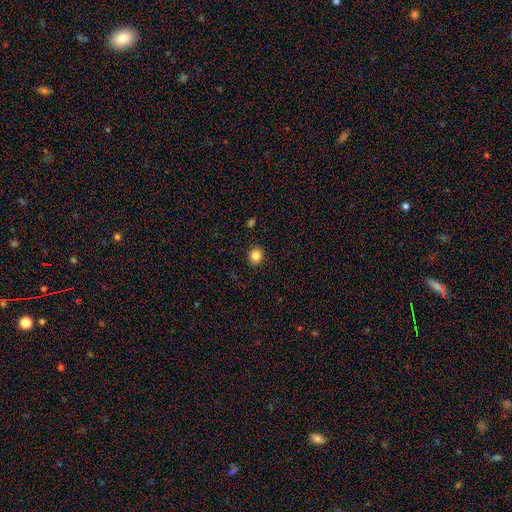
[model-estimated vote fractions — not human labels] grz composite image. It shows a smooth galaxy with no disk features (84%) that is round (84%). Merging: none (91%).